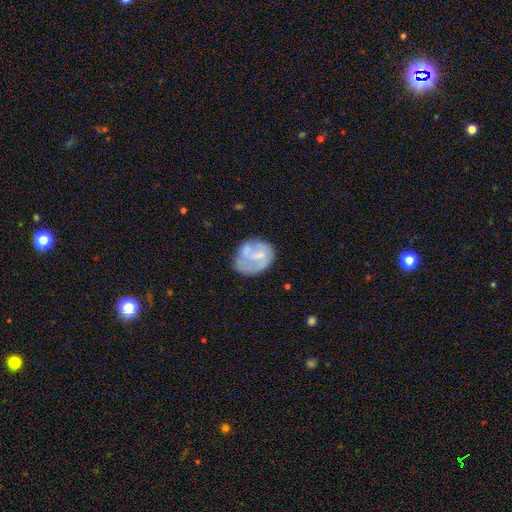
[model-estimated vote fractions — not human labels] This is possibly a featured or disk galaxy (51%). It is clearly not viewed edge-on (98%). Merging: possibly none (49%).